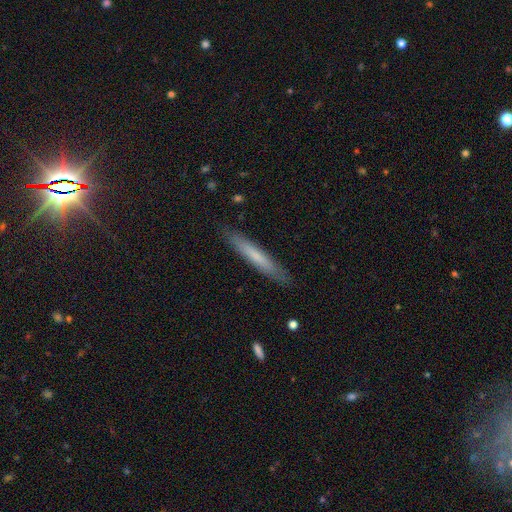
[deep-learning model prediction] Morphology: type=smooth (66%); roundness=cigar-shaped (94%); merging=none (88%).